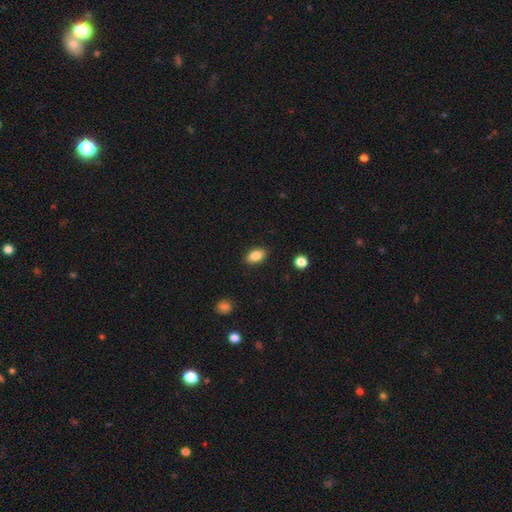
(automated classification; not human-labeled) Smooth or featured? smooth (86%)
How rounded? in between (88%)
Merging? none (88%)